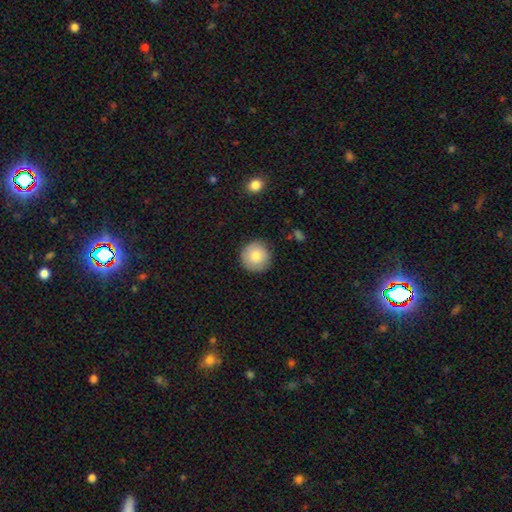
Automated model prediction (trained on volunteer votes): Smooth or featured: smooth — 81% (featured or disk — 11%)
How rounded: round — 95% (in between — 4%)
Merging: none — 87% (minor disturbance — 9%)